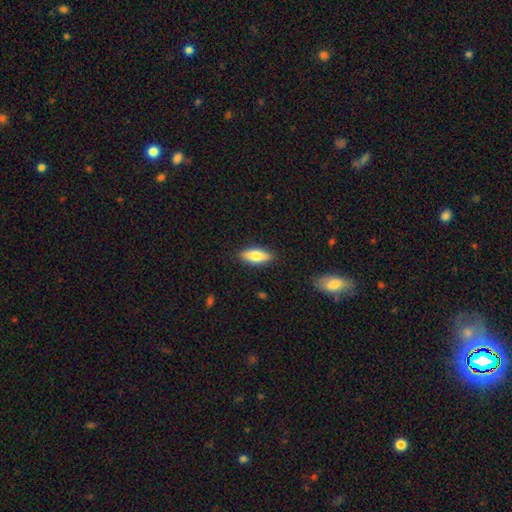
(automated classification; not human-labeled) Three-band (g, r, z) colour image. It shows a smooth galaxy with no disk features (73%) that is in between round and cigar-shaped (67%). Merging: none (87%).